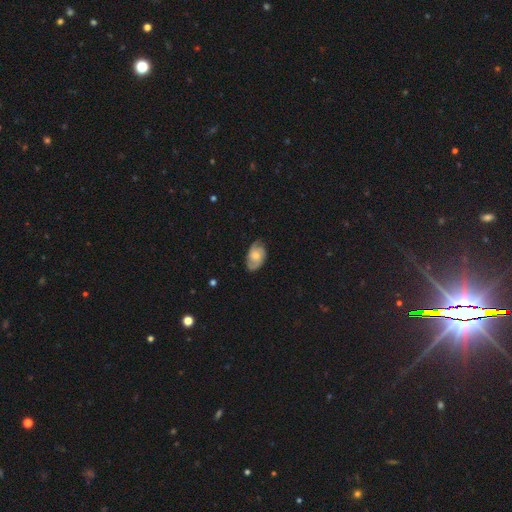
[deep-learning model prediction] Smooth or featured? Predicted: featured or disk (p=0.65). Edge-on disk? Predicted: no (p=0.96). Bar? Predicted: no (p=0.71). Spiral arms? Predicted: yes (p=0.91). Spiral winding? Predicted: tight (p=0.44). Spiral arm count? Predicted: 2 (p=0.64). Bulge size? Predicted: moderate (p=0.52). Merging? Predicted: none (p=0.75).